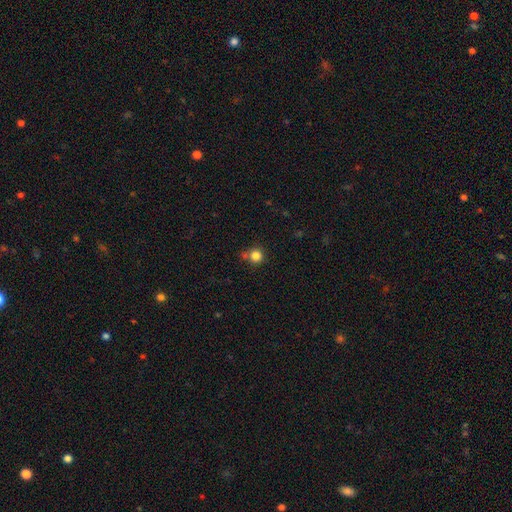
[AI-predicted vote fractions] Smooth or featured? smooth (83%)
How rounded? round (93%)
Merging? none (71%)